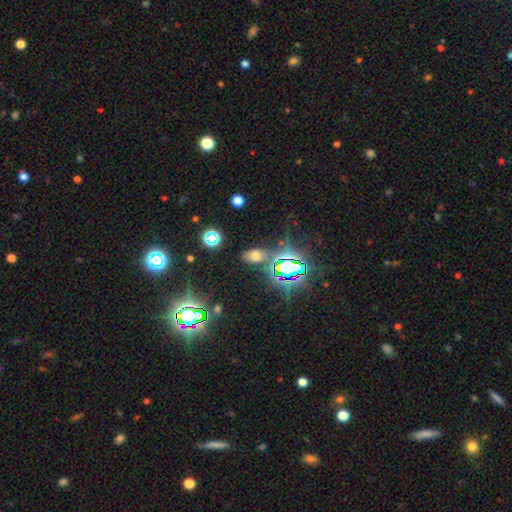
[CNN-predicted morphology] smooth-or-featured: smooth: 48% | star or artifact: 42% | featured or disk: 10%
  merging: none: 76% | minor disturbance: 13% | merger: 6% | major disturbance: 5%